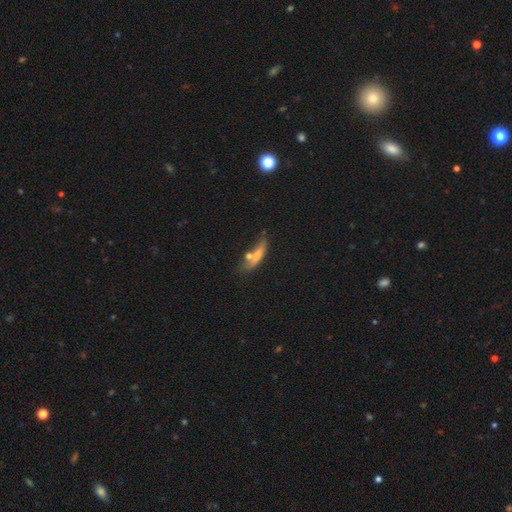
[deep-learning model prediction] Smooth or featured: smooth — 58% (featured or disk — 33%)
How rounded: cigar-shaped — 70% (in between — 25%)
Merging: none — 51% (merger — 23%)